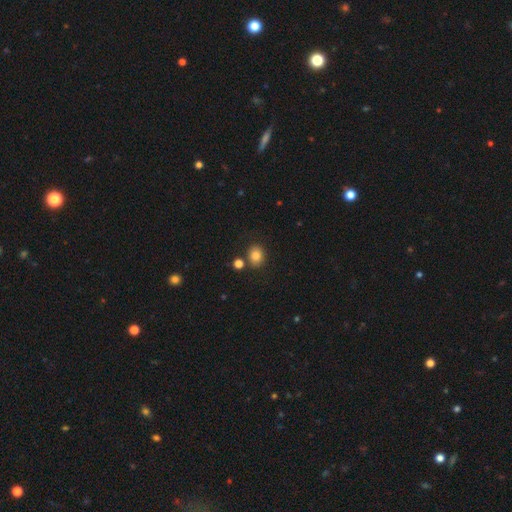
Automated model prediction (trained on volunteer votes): smooth 82%, star or artifact 11%, featured or disk 7%. Down the decision tree: how rounded — round (56%); merging — none (79%).